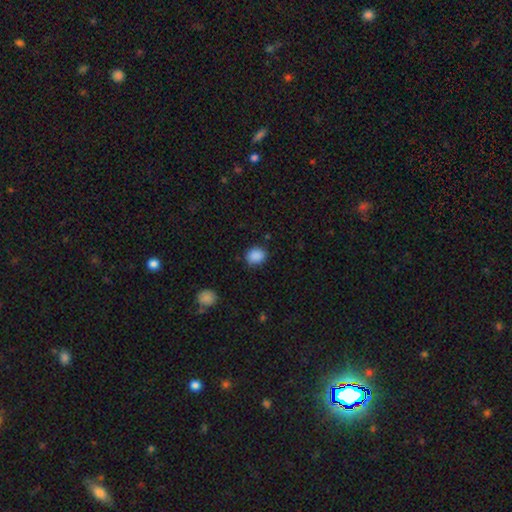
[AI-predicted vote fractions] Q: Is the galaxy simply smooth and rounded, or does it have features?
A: smooth — 88%.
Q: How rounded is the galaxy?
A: round — 65%.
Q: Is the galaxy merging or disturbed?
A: none — 83%.